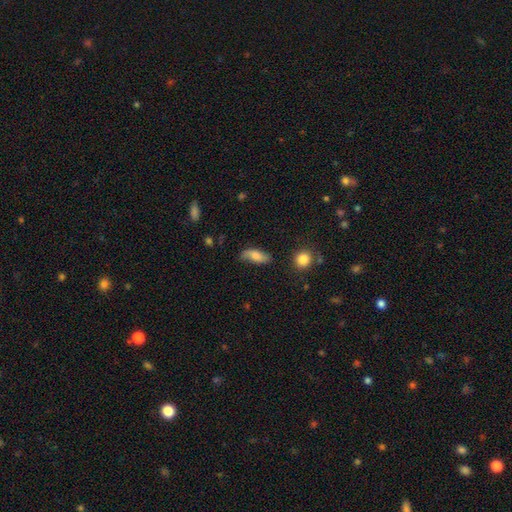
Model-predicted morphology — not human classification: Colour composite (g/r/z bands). It shows a smooth galaxy with no disk features (69%) that is in between round and cigar-shaped (77%). Merging: none (64%).